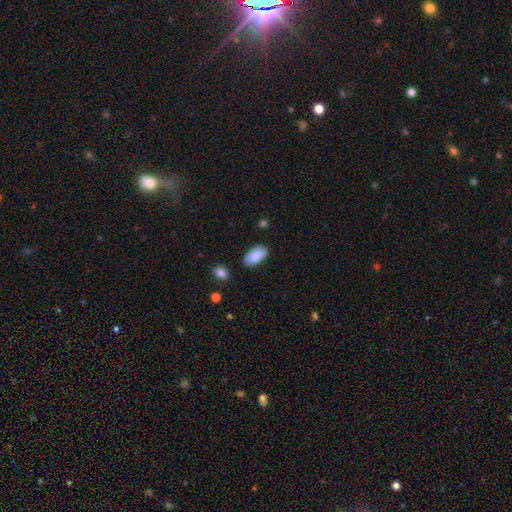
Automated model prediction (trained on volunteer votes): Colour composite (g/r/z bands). It shows a smooth galaxy with no disk features (89%) that is in between round and cigar-shaped (95%). Merging: none (84%).